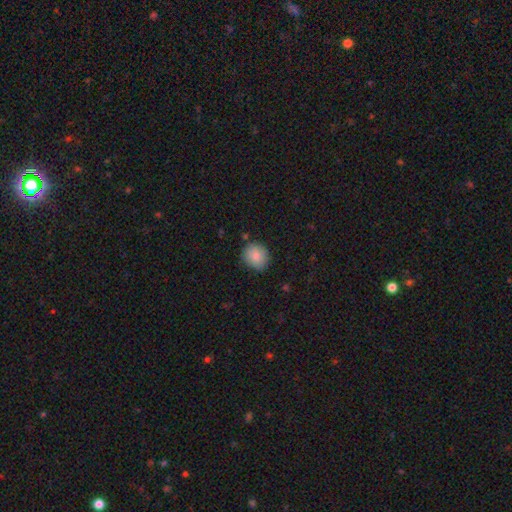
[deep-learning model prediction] A smooth galaxy with no disk features (84%) that is round (77%). Merging: none (79%).